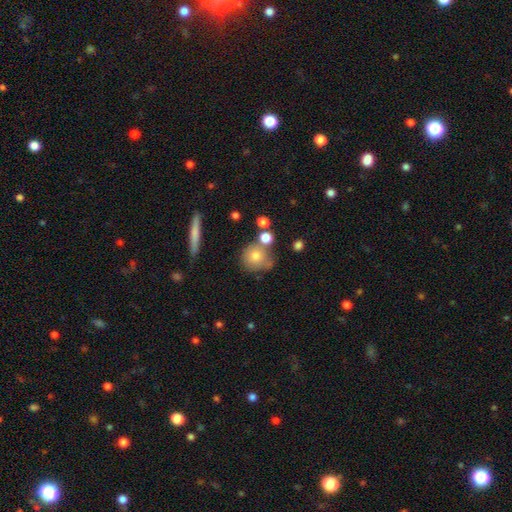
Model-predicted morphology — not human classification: smooth-or-featured: smooth: 75% | featured or disk: 15% | star or artifact: 10%
  how-rounded: round: 83% | in between: 15% | cigar-shaped: 2%
  merging: none: 55% | merger: 21% | minor disturbance: 17% | major disturbance: 7%